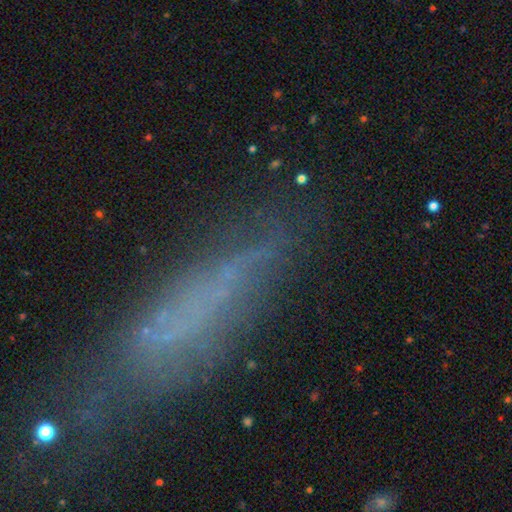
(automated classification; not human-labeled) This appears to be a featured or disk galaxy (40%). Merging: none (67%).